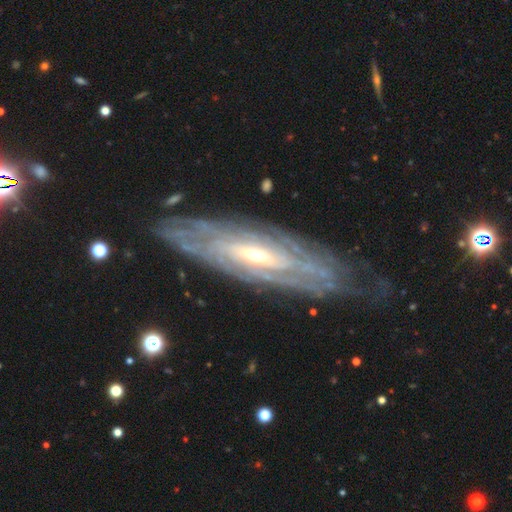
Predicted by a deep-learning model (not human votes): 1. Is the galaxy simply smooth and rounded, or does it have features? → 87% featured or disk, 8% smooth, 6% star or artifact.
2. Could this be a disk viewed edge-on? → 75% no, 25% yes.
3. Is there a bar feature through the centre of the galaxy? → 38% no, 36% weak, 26% strong.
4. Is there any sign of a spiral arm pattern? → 89% yes, 11% no.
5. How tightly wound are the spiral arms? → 76% tight, 19% medium, 5% loose.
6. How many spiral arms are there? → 58% can't tell, 13% 2, 9% more than 4, 8% 3, 8% 4, 4% 1.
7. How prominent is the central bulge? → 52% small, 43% moderate, 3% large, 1% none, 1% dominant.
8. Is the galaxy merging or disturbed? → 76% none, 16% minor disturbance, 6% major disturbance, 2% merger.